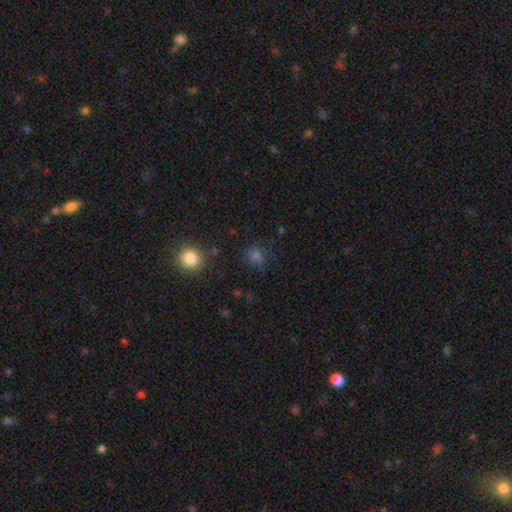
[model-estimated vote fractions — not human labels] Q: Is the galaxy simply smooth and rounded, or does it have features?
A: smooth — 72%.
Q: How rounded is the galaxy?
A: round — 75%.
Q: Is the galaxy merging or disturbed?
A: none — 78%.